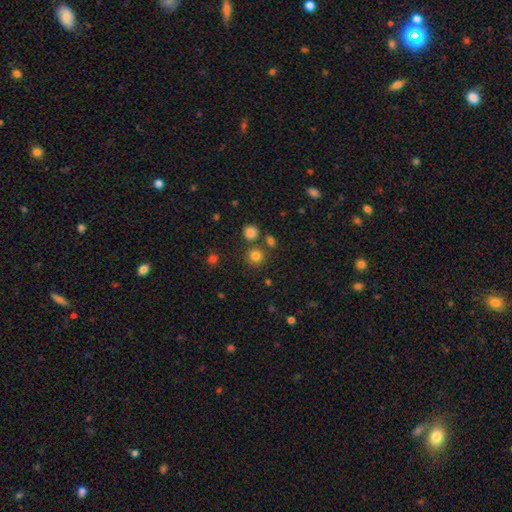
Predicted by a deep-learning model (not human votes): Smooth or featured: smooth — 80% (star or artifact — 15%)
How rounded: round — 91% (in between — 8%)
Merging: none — 79% (merger — 11%)